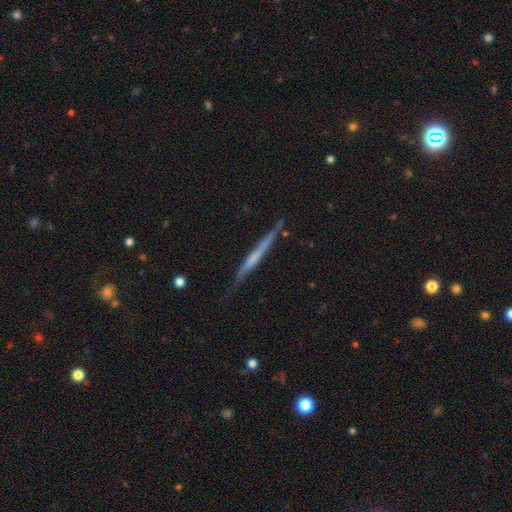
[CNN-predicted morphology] Smooth or featured? Predicted: featured or disk (p=0.58). Edge-on disk? Predicted: yes (p=0.97). Edge-on bulge? Predicted: none (p=0.77). Merging? Predicted: none (p=0.81).